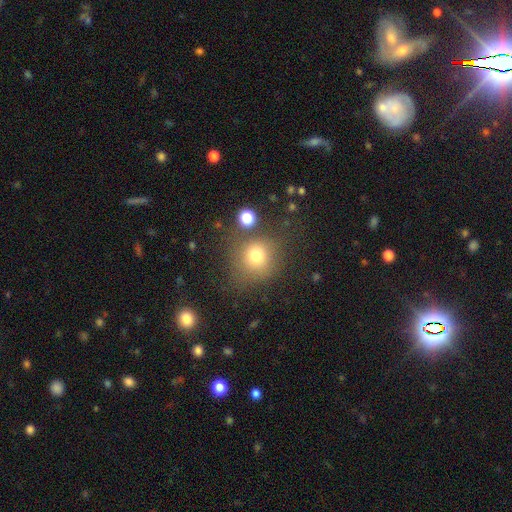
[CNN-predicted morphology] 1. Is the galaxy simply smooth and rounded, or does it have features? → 75% smooth, 15% star or artifact, 10% featured or disk.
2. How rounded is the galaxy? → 86% round, 13% in between, 1% cigar-shaped.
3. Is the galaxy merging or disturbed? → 69% none, 15% minor disturbance, 8% merger, 8% major disturbance.